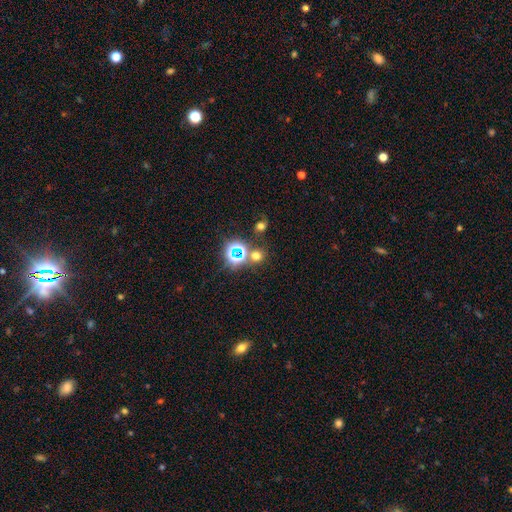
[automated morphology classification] Smooth or featured?
  - smooth: 55% *
  - star or artifact: 38%
  - featured or disk: 7%
How rounded?
  - round: 84% *
  - in between: 15%
  - cigar-shaped: 1%
Merging?
  - none: 73% *
  - merger: 15%
  - minor disturbance: 8%
  - major disturbance: 4%